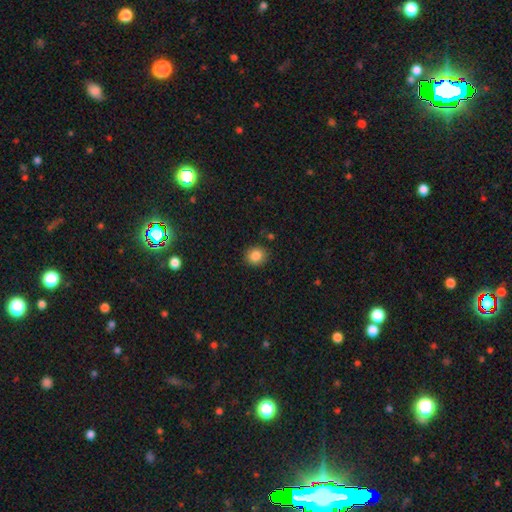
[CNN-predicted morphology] Q: Smooth or featured?
A: smooth (84%); runner-up: star or artifact (10%)
Q: How rounded?
A: round (79%); runner-up: in between (20%)
Q: Merging?
A: none (89%); runner-up: minor disturbance (8%)